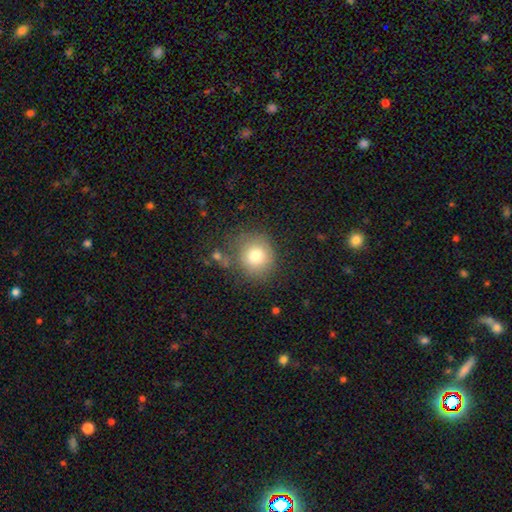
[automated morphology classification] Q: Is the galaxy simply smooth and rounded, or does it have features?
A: smooth — 78%.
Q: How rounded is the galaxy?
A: round — 83%.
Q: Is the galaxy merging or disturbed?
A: none — 75%.